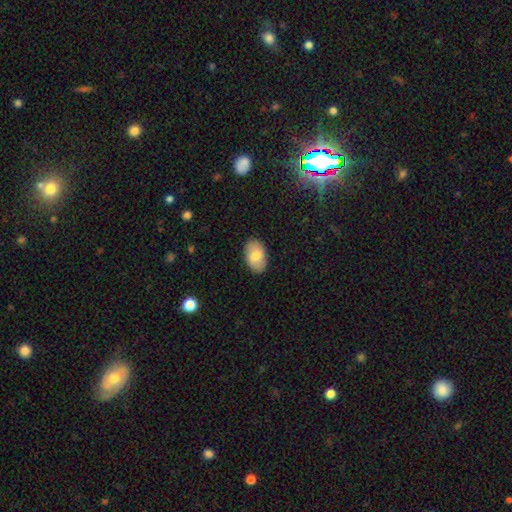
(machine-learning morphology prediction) smooth_or_featured: smooth (p=0.77) [alt: featured or disk p=0.17]
how_rounded: in between (p=0.92) [alt: round p=0.07]
merging: none (p=0.87) [alt: minor disturbance p=0.10]